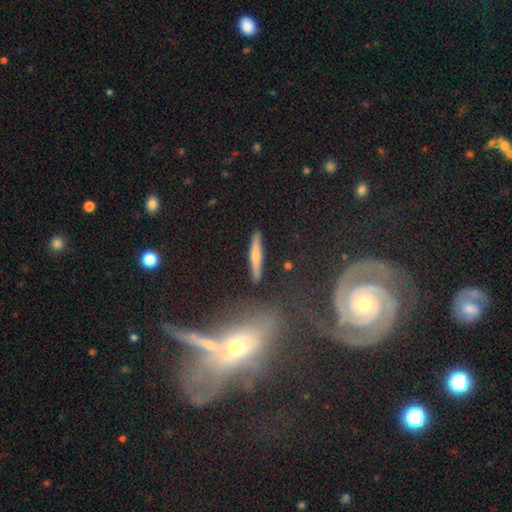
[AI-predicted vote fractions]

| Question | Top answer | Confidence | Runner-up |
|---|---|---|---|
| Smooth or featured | smooth | 56% | featured or disk (37%) |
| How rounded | cigar-shaped | 91% | in between (6%) |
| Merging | none | 87% | minor disturbance (9%) |